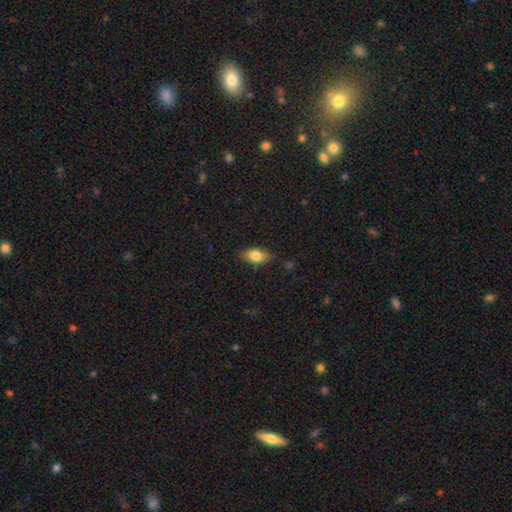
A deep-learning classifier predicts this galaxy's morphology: smooth-or-featured: smooth: 83% | featured or disk: 9% | star or artifact: 8%
  how-rounded: in between: 88% | round: 7% | cigar-shaped: 5%
  merging: none: 79% | minor disturbance: 16% | major disturbance: 3% | merger: 1%